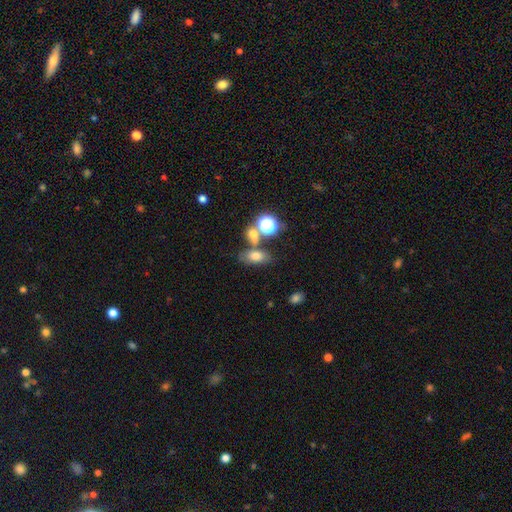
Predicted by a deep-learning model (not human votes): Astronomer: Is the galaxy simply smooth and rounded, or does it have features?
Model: smooth — 69%.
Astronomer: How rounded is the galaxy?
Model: in between — 79%.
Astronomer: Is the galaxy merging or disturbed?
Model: none — 54%.